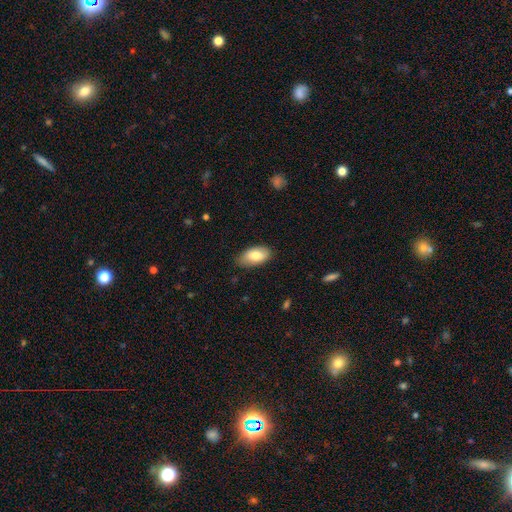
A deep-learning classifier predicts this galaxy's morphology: A smooth galaxy with no disk features (79%) that is in between round and cigar-shaped (94%).

Vote fractions:
- Smooth or featured? smooth: 79% / featured or disk: 15% / star or artifact: 6%
- How rounded? in between: 94% / round: 3% / cigar-shaped: 3%
- Merging? none: 80% / minor disturbance: 16% / major disturbance: 3% / merger: 1%